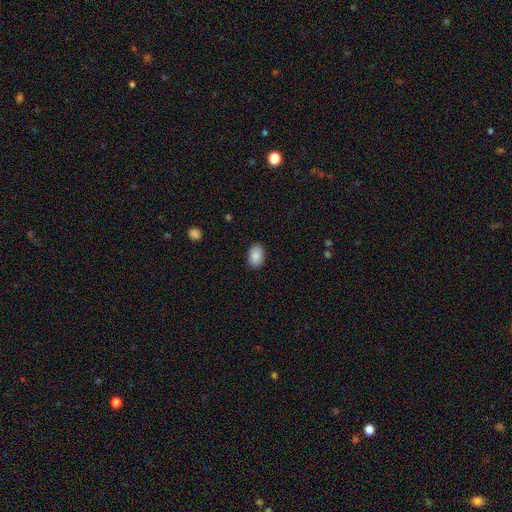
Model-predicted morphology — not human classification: Smooth or featured? Predicted: smooth (p=0.89). How rounded? Predicted: in between (p=0.84). Merging? Predicted: none (p=0.88).